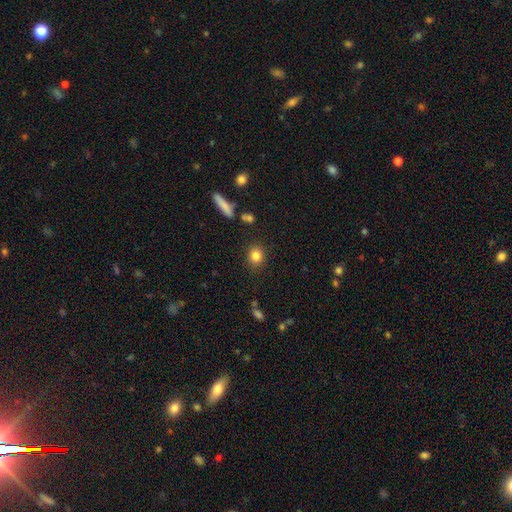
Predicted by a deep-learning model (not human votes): Smooth or featured?
  - smooth: 84% *
  - star or artifact: 10%
  - featured or disk: 6%
How rounded?
  - round: 72% *
  - in between: 26%
  - cigar-shaped: 2%
Merging?
  - none: 85% *
  - minor disturbance: 9%
  - major disturbance: 3%
  - merger: 2%